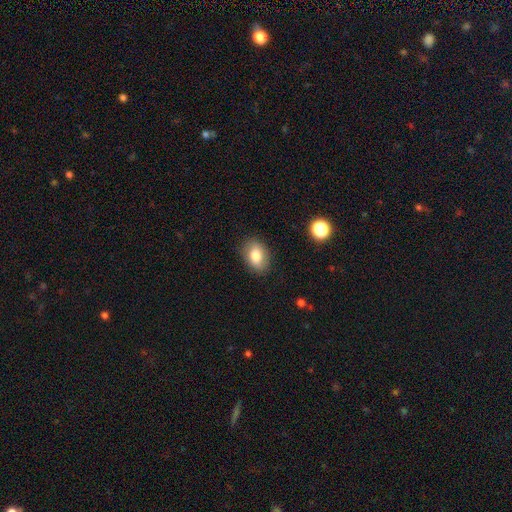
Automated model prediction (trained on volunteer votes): Q: Smooth or featured?
A: smooth (80%); runner-up: featured or disk (12%)
Q: How rounded?
A: in between (80%); runner-up: round (18%)
Q: Merging?
A: none (85%); runner-up: minor disturbance (11%)